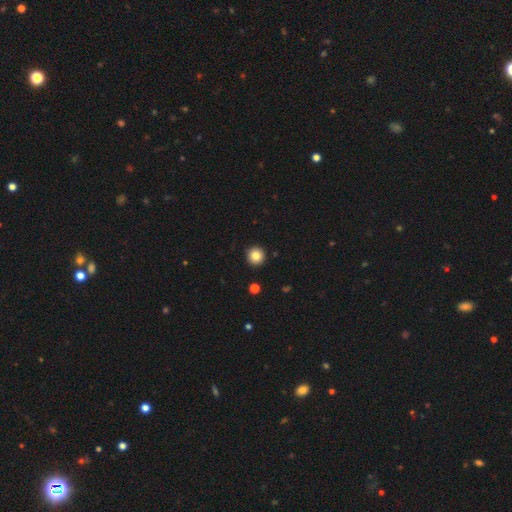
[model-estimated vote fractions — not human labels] Smooth or featured?
  - smooth: 83% *
  - star or artifact: 10%
  - featured or disk: 6%
How rounded?
  - round: 94% *
  - in between: 5%
  - cigar-shaped: 1%
Merging?
  - none: 93% *
  - minor disturbance: 5%
  - major disturbance: 1%
  - merger: 1%